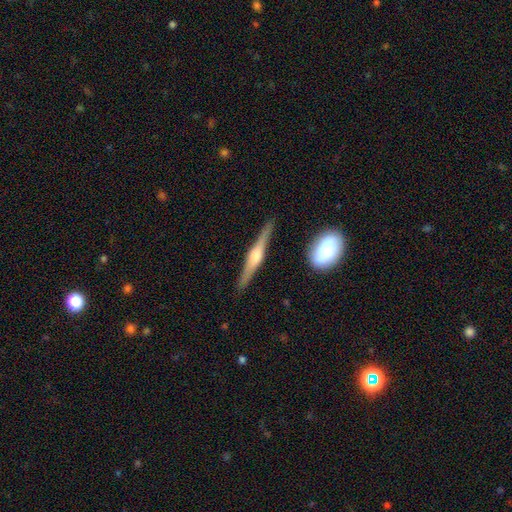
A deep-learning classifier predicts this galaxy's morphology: smooth_or_featured: featured or disk (p=0.75) [alt: smooth p=0.20]
disk_edge_on: yes (p=0.98) [alt: no p=0.02]
edge_on_bulge: rounded (p=0.81) [alt: boxy p=0.14]
merging: none (p=0.88) [alt: minor disturbance p=0.08]